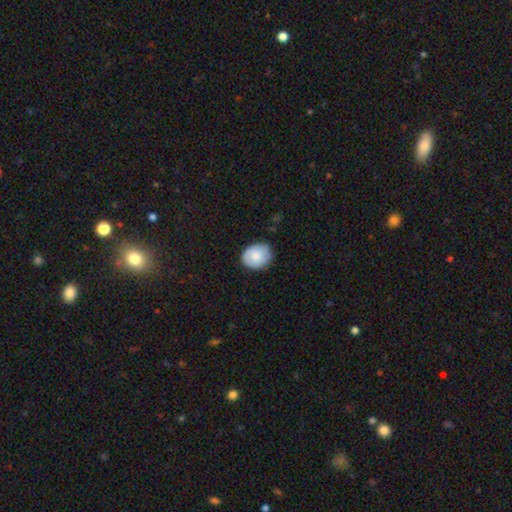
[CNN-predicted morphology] A smooth galaxy with no disk features (79%) that is round (58%). Merging: none (80%).